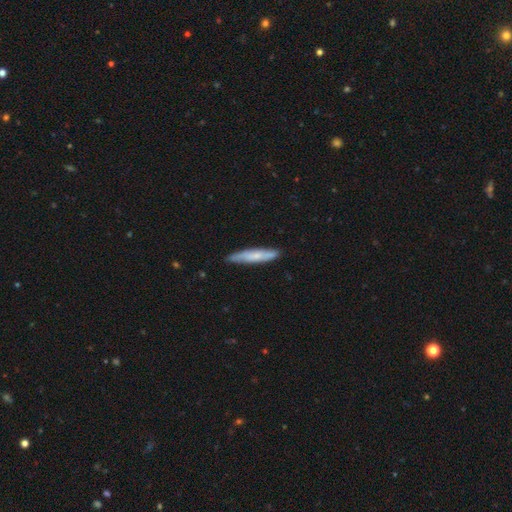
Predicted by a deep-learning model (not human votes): A smooth galaxy with no disk features (58%) that is cigar-shaped (90%). Merging: none (83%).